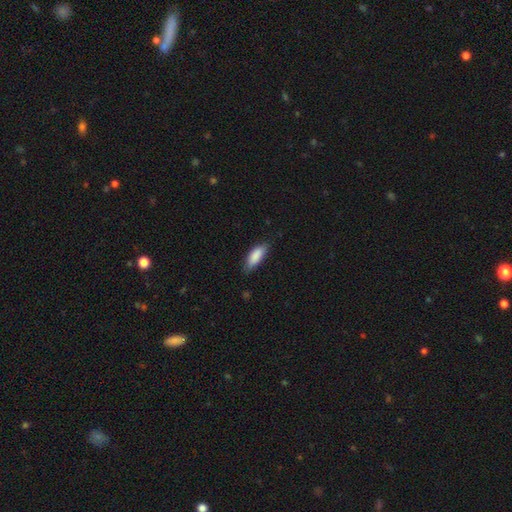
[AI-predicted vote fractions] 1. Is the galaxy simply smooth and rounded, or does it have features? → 87% smooth, 7% featured or disk, 6% star or artifact.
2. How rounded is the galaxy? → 73% in between, 25% cigar-shaped, 2% round.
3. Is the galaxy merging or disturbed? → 73% none, 23% minor disturbance, 4% major disturbance, 1% merger.